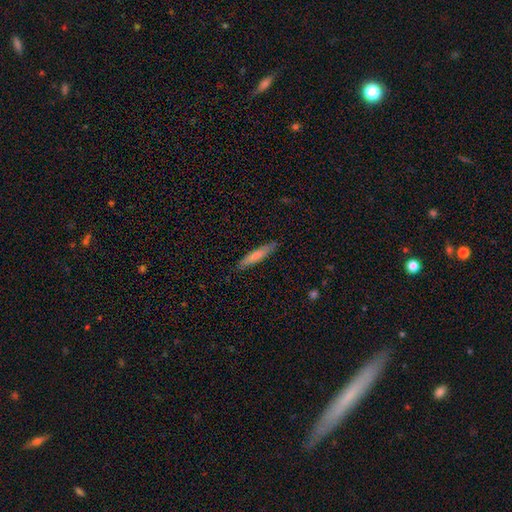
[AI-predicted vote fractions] smooth 72%, featured or disk 22%, star or artifact 6%. Down the decision tree: how rounded — cigar-shaped (91%); merging — none (87%).